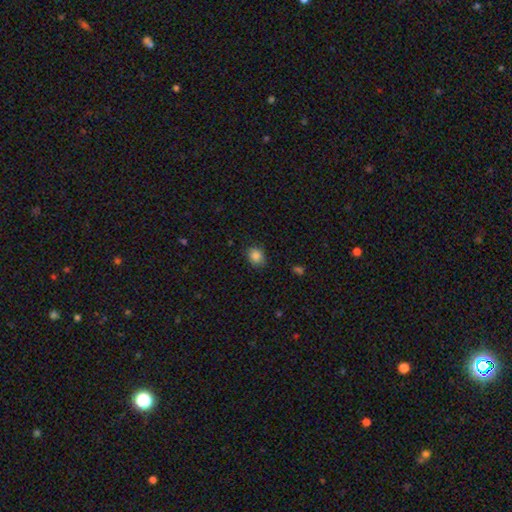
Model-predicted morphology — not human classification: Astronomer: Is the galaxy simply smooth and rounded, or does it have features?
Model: smooth — 85%.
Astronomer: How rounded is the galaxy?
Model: round — 58% (runner-up: in between, 41%).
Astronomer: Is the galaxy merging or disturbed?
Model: none — 83%.